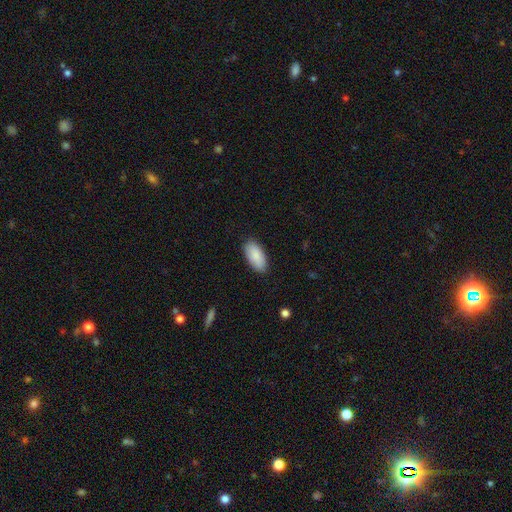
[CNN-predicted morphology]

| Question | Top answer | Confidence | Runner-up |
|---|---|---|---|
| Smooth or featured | smooth | 89% | star or artifact (6%) |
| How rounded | in between | 93% | cigar-shaped (5%) |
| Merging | none | 86% | minor disturbance (11%) |